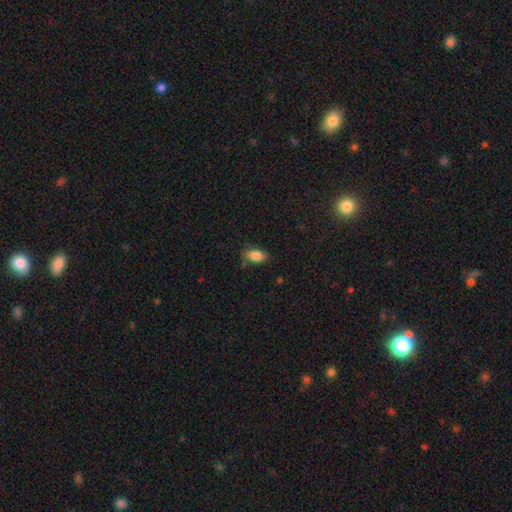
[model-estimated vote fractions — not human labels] Smooth or featured? smooth (84%)
How rounded? in between (89%)
Merging? none (75%)